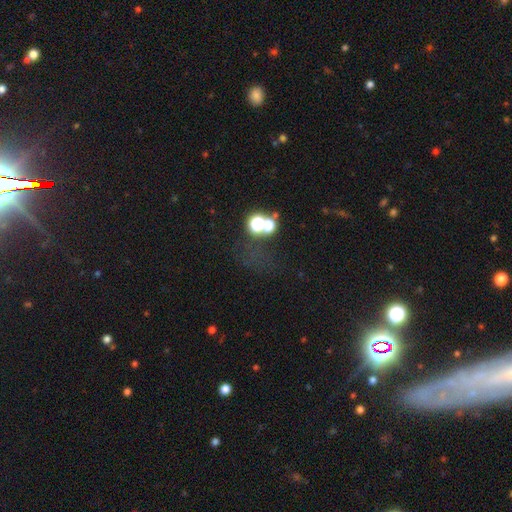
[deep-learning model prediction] Overall: star or artifact (61%; smooth 29%).